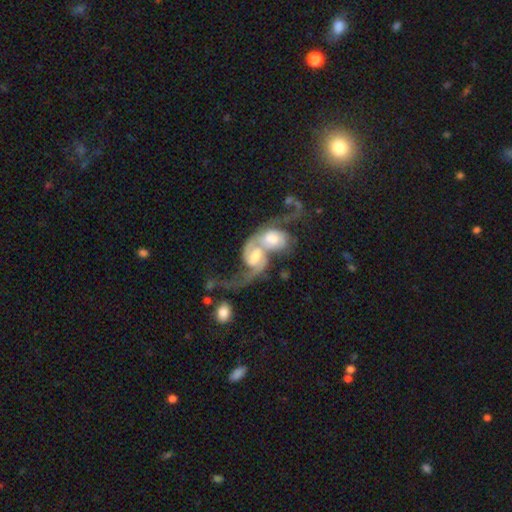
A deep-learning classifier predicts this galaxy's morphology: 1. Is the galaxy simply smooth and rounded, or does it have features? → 72% featured or disk, 17% smooth, 11% star or artifact.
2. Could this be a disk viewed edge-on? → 95% no, 5% yes.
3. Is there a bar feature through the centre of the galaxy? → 64% no, 27% weak, 9% strong.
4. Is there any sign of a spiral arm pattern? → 81% yes, 19% no.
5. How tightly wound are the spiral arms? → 66% loose, 24% medium, 10% tight.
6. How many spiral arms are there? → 53% 2, 31% 1, 10% can't tell, 2% 3, 2% 4, 2% more than 4.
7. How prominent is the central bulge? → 48% moderate, 23% small, 18% large, 6% none, 4% dominant.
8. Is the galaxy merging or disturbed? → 72% merger, 12% major disturbance, 11% none, 5% minor disturbance.